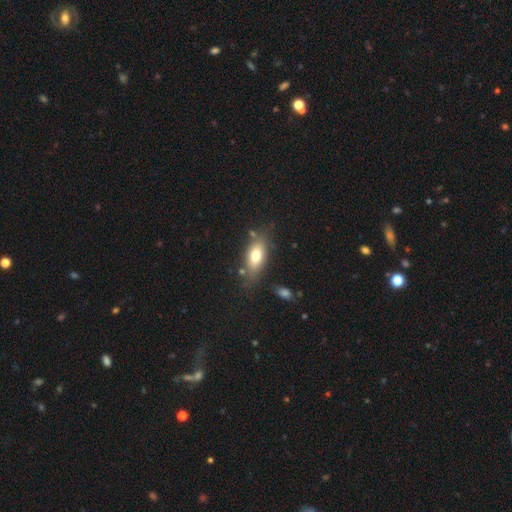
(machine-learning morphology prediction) Q: Smooth or featured?
A: smooth (73%); runner-up: featured or disk (19%)
Q: How rounded?
A: in between (84%); runner-up: cigar-shaped (10%)
Q: Merging?
A: none (73%); runner-up: minor disturbance (16%)